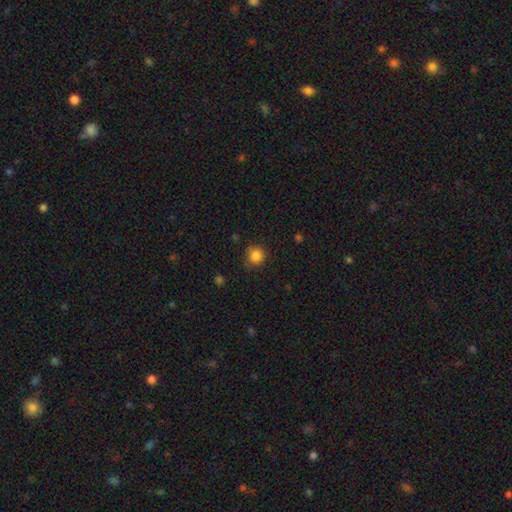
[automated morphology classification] A smooth galaxy with no disk features (85%) that is round (91%).

Vote fractions:
- Smooth or featured? smooth: 85% / star or artifact: 11% / featured or disk: 4%
- How rounded? round: 91% / in between: 9% / cigar-shaped: 1%
- Merging? none: 81% / minor disturbance: 15% / major disturbance: 3% / merger: 1%